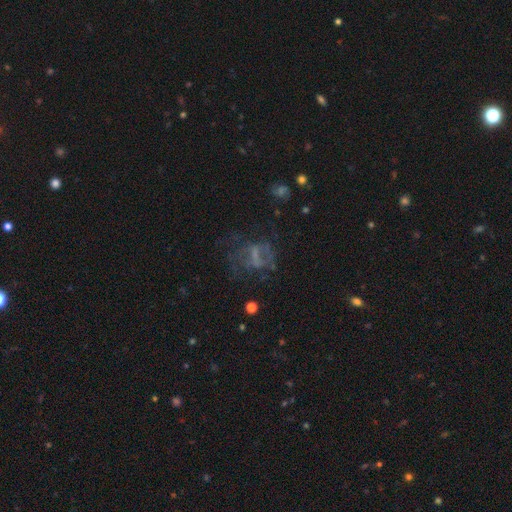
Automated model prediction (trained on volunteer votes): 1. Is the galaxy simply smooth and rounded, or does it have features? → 51% featured or disk, 27% smooth, 22% star or artifact.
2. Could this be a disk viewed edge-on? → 96% no, 4% yes.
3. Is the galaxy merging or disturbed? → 44% none, 35% major disturbance, 17% minor disturbance, 4% merger.